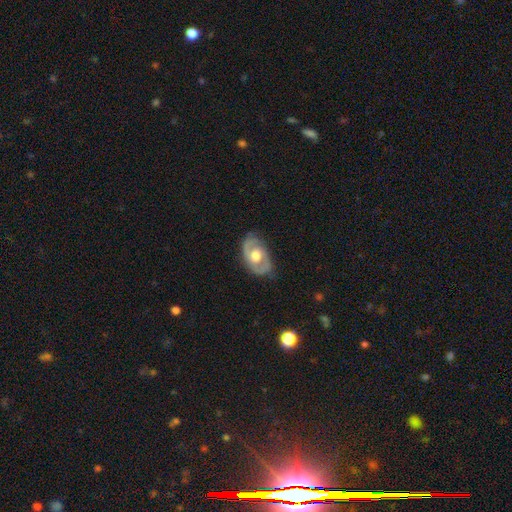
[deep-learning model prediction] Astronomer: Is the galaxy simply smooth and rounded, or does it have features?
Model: featured or disk — 71%.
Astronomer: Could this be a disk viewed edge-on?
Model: no — 93%.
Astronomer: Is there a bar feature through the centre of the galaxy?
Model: no — 69%.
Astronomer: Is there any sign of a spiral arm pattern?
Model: yes — 68%.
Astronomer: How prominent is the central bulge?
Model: moderate — 64%.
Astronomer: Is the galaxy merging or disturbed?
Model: none — 75%.